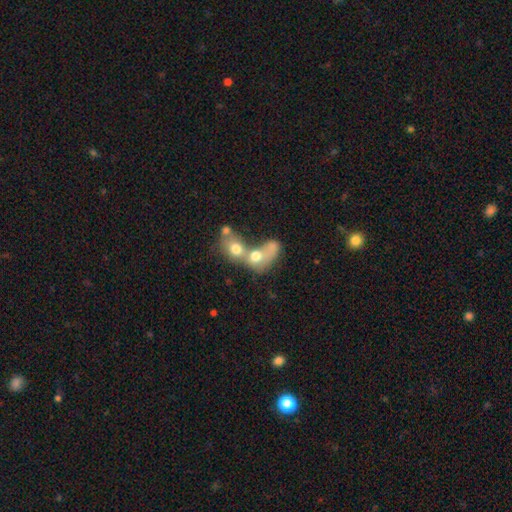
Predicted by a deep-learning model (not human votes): A smooth galaxy with no disk features (62%) that is in between round and cigar-shaped (58%).

Vote fractions:
- Smooth or featured? smooth: 62% / featured or disk: 27% / star or artifact: 11%
- How rounded? in between: 58% / round: 40% / cigar-shaped: 3%
- Merging? merger: 78% / none: 11% / major disturbance: 7% / minor disturbance: 5%